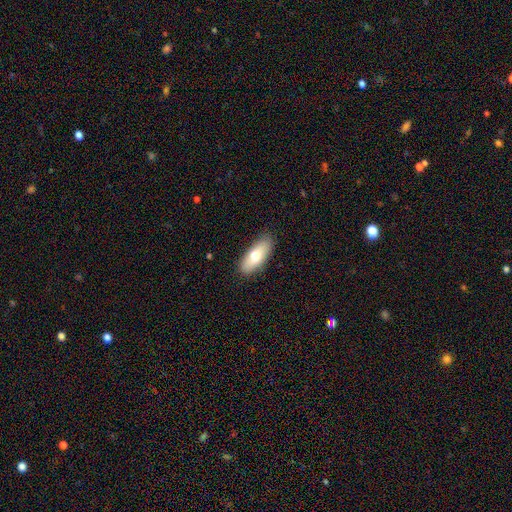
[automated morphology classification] Smooth or featured?
  - smooth: 73% *
  - featured or disk: 21%
  - star or artifact: 6%
How rounded?
  - in between: 77% *
  - cigar-shaped: 21%
  - round: 2%
Merging?
  - none: 86% *
  - minor disturbance: 11%
  - major disturbance: 2%
  - merger: 1%